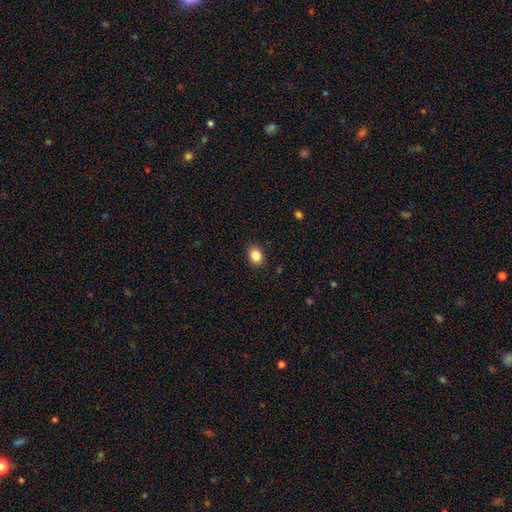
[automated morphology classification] A smooth galaxy with no disk features (86%) that is in between round and cigar-shaped (54%).

Vote fractions:
- Smooth or featured? smooth: 86% / star or artifact: 10% / featured or disk: 4%
- How rounded? in between: 54% / round: 45% / cigar-shaped: 1%
- Merging? none: 89% / minor disturbance: 8% / major disturbance: 2% / merger: 1%